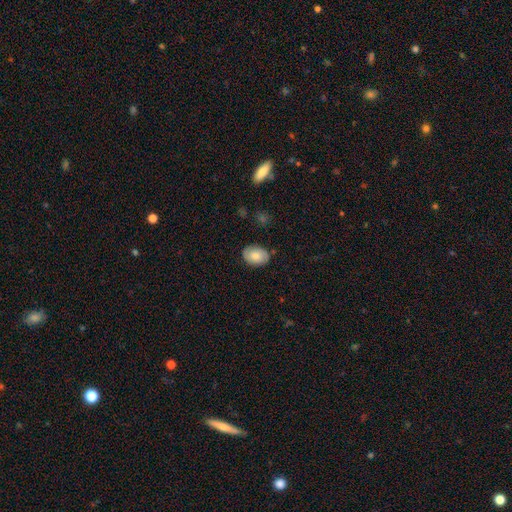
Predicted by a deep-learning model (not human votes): Smooth or featured? smooth (71%)
How rounded? in between (78%)
Merging? none (82%)